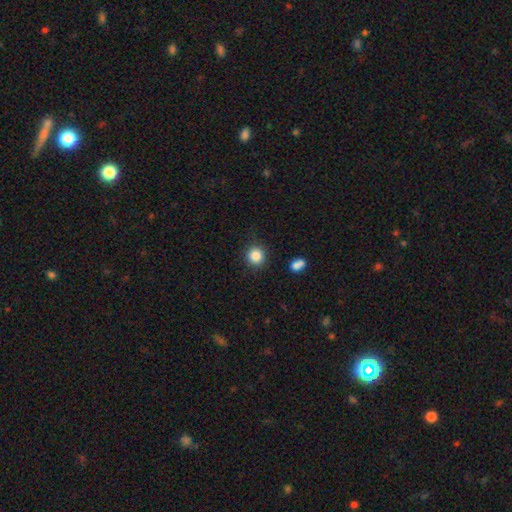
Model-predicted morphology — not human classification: Smooth or featured? smooth (85%)
How rounded? round (92%)
Merging? none (87%)